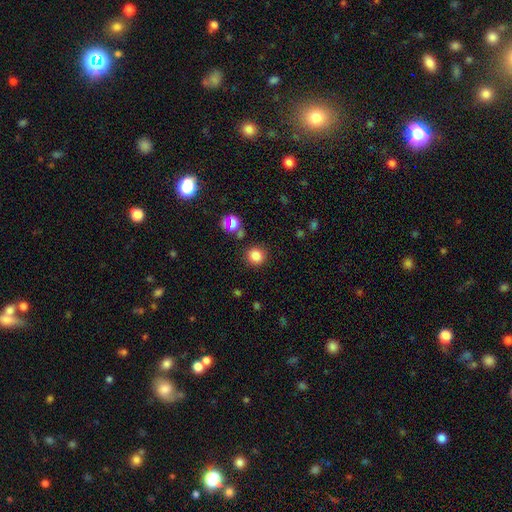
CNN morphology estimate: This is clearly a smooth galaxy (81%). How rounded: clearly round (89%). Merging: clearly none (86%).